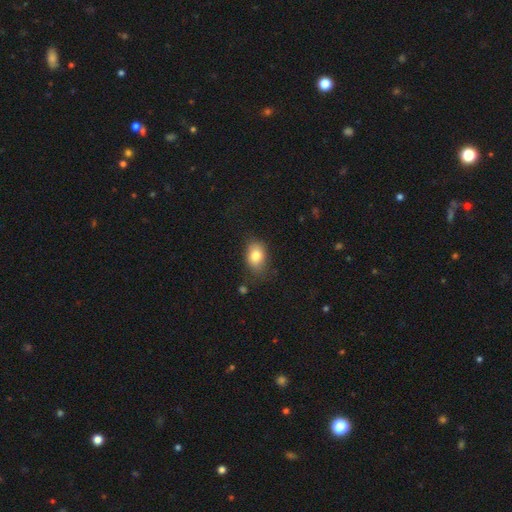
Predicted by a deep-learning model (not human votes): The model was most divided on "merging": none: 70%, minor disturbance: 22%, major disturbance: 6%, merger: 2%. More confident: smooth or featured — smooth (82%); how rounded — in between (74%).